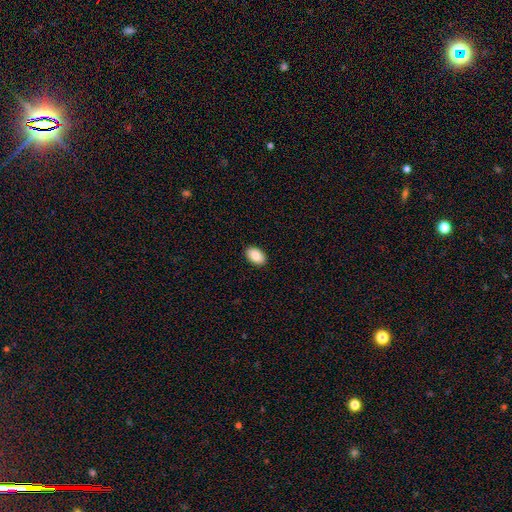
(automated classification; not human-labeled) Morphology: type=smooth (86%); roundness=in between (91%); merging=none (90%).